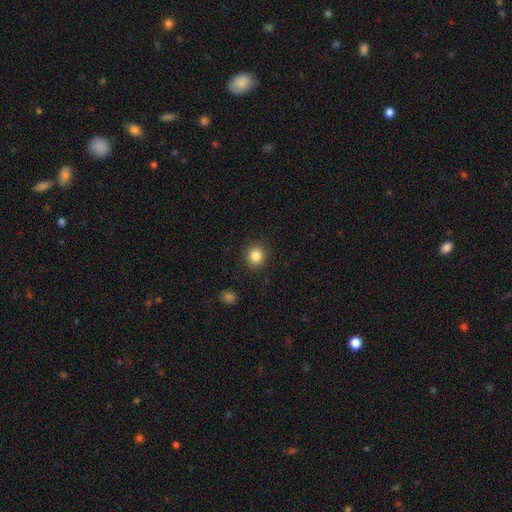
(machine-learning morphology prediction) Q: Smooth or featured?
A: smooth (84%); runner-up: star or artifact (11%)
Q: How rounded?
A: round (89%); runner-up: in between (11%)
Q: Merging?
A: none (90%); runner-up: minor disturbance (7%)